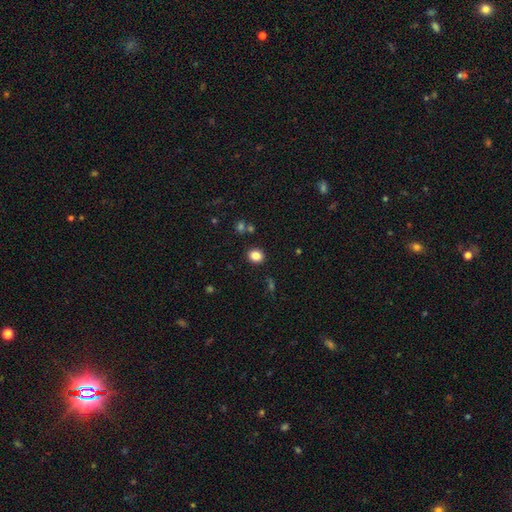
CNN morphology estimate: This appears to be a smooth galaxy with no disk features (83%) that is round (57%). Merging: none (86%).